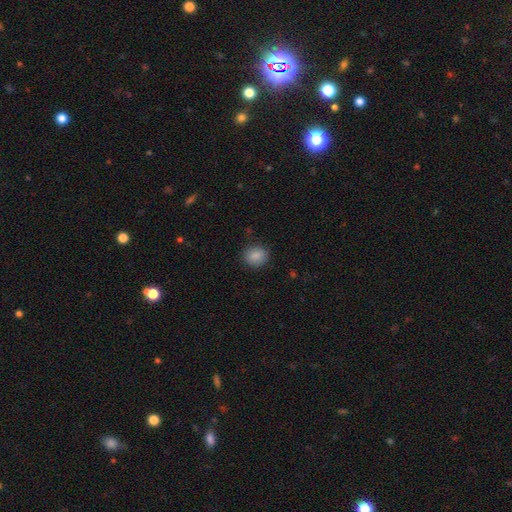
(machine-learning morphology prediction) Smooth or featured? Predicted: smooth (p=0.87). How rounded? Predicted: round (p=0.68). Merging? Predicted: none (p=0.86).